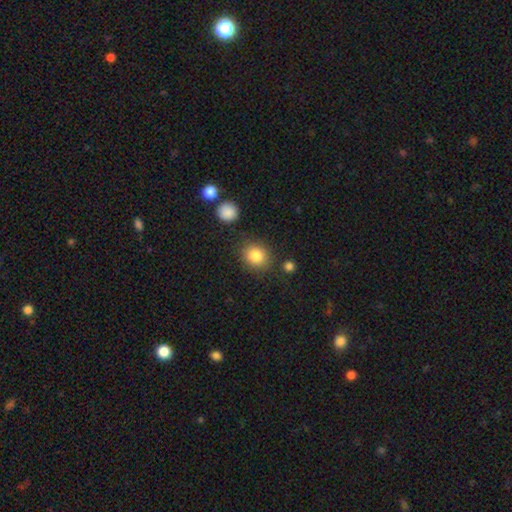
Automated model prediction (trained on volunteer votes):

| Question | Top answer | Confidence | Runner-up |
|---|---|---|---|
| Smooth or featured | smooth | 84% | star or artifact (10%) |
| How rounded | round | 75% | in between (24%) |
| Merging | none | 82% | minor disturbance (10%) |